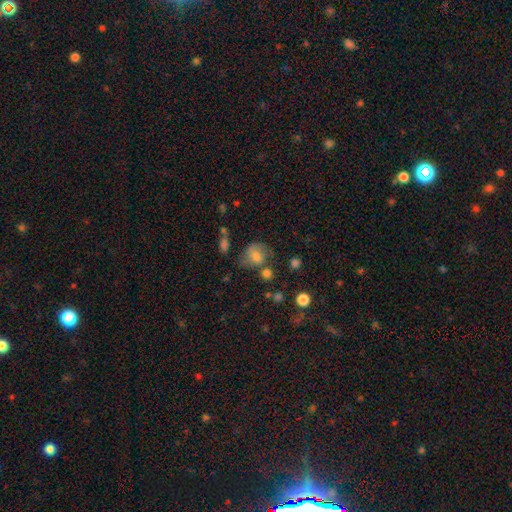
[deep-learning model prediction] This appears to be a smooth galaxy with no disk features (71%) that is round (57%). Merging: none (46%).